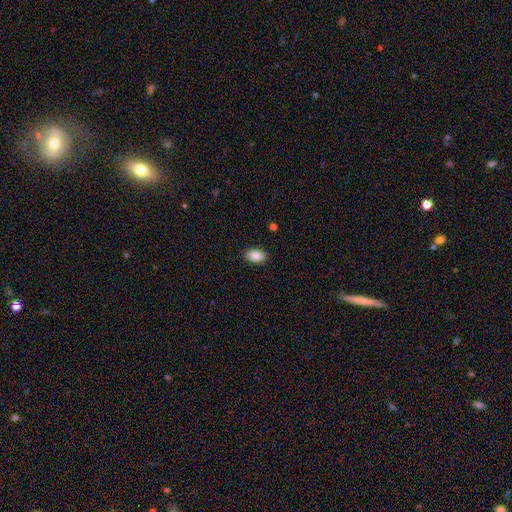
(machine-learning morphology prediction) smooth 89%, star or artifact 7%, featured or disk 3%. Down the decision tree: how rounded — in between (92%); merging — none (89%).